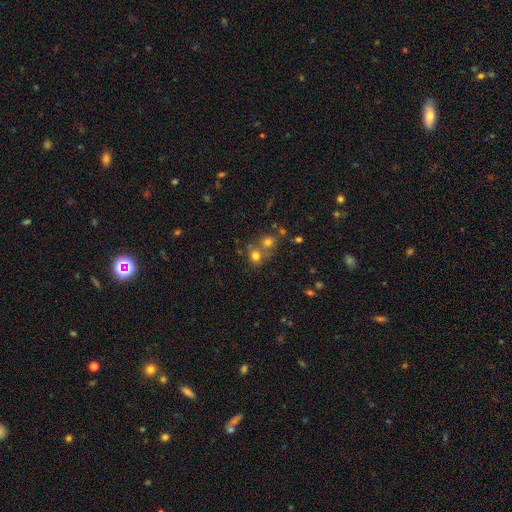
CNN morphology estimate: smooth_or_featured: smooth (p=0.70) [alt: star or artifact p=0.17]
how_rounded: round (p=0.74) [alt: in between p=0.25]
merging: merger (p=0.47) [alt: none p=0.42]